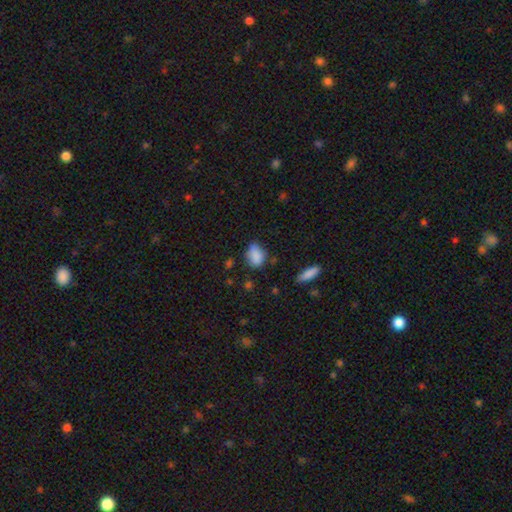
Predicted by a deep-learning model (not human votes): Smooth or featured: smooth — 84% (star or artifact — 9%)
How rounded: in between — 77% (round — 21%)
Merging: none — 59% (minor disturbance — 31%)